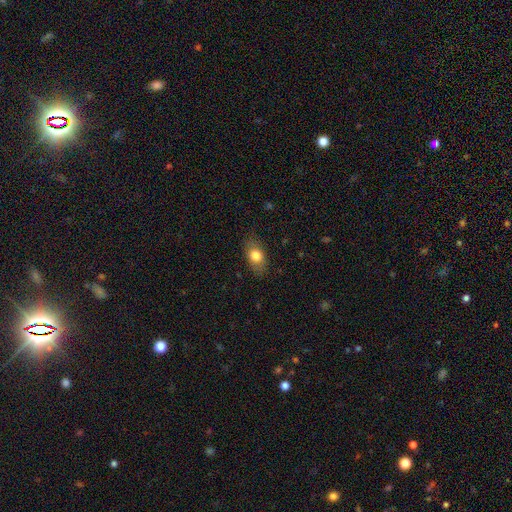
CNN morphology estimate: A smooth galaxy with no disk features (78%) that is in between round and cigar-shaped (81%). Merging: none (80%).